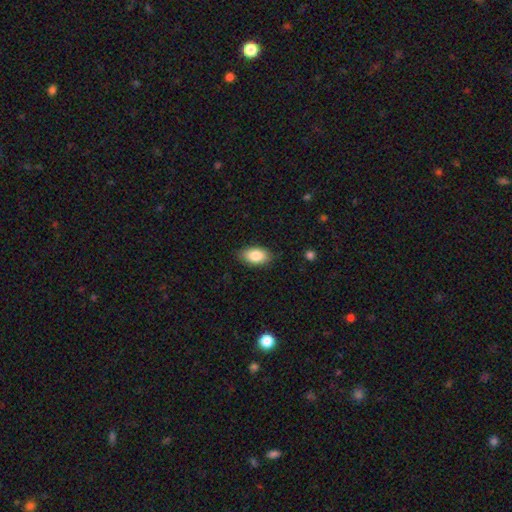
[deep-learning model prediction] smooth_or_featured: smooth (p=0.85) [alt: featured or disk p=0.08]
how_rounded: in between (p=0.92) [alt: round p=0.05]
merging: none (p=0.86) [alt: minor disturbance p=0.11]